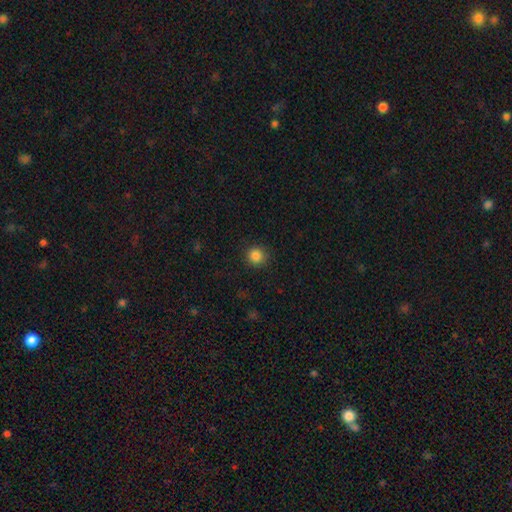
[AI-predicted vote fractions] Q: Smooth or featured?
A: smooth (85%); runner-up: star or artifact (12%)
Q: How rounded?
A: round (93%); runner-up: in between (6%)
Q: Merging?
A: none (90%); runner-up: minor disturbance (7%)